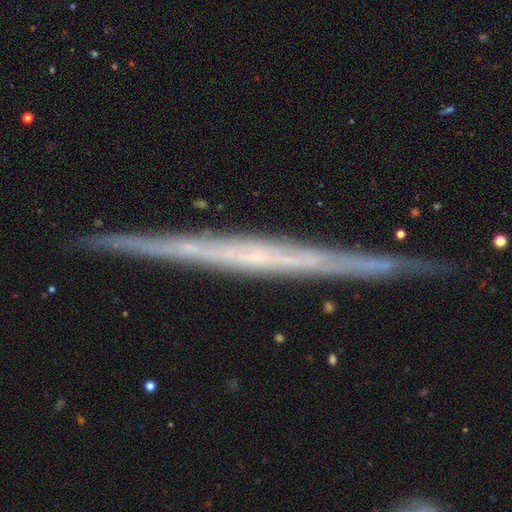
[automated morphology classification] This is likely a featured or disk galaxy (76%). It is clearly viewed edge-on (97%). Edge-on bulge: clearly none (82%). Merging: clearly none (89%).